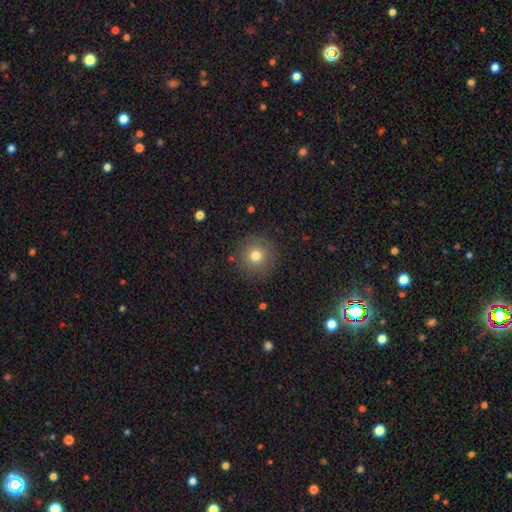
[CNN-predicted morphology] Smooth or featured? smooth (76%)
How rounded? round (95%)
Merging? none (88%)